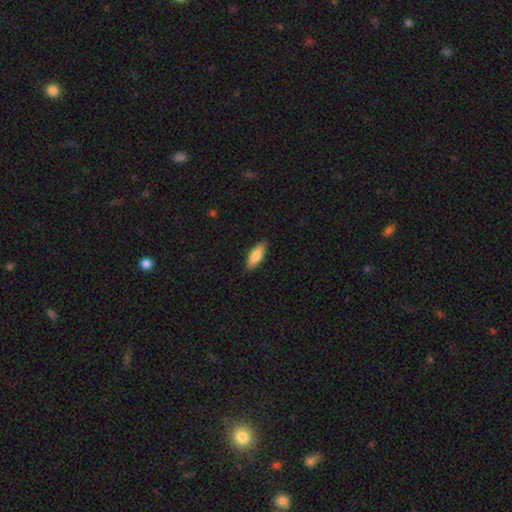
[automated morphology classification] Overall: smooth (80%). How rounded: in between (62%; cigar-shaped 36%). Merging: none (85%).